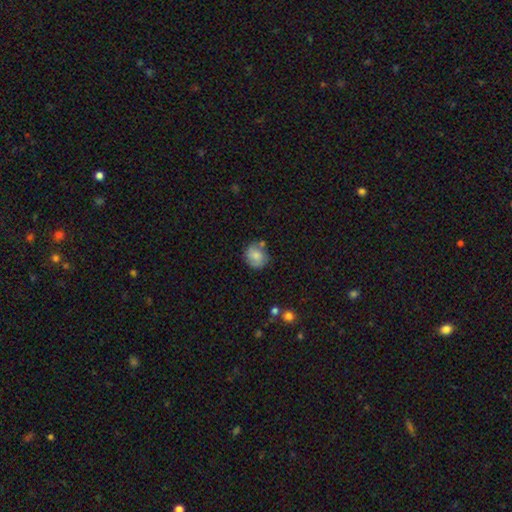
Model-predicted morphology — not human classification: The model was most divided on "merging": none: 62%, minor disturbance: 22%, merger: 10%, major disturbance: 6%. More confident: how rounded — round (77%); smooth or featured — smooth (69%).